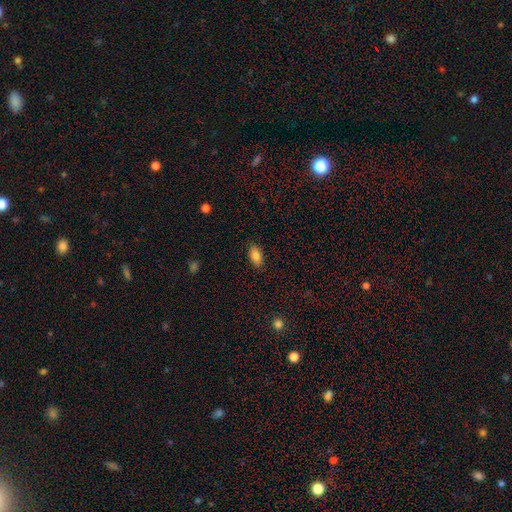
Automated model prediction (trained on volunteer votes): This is clearly a smooth galaxy (85%). How rounded: clearly in between (92%). Merging: clearly none (87%).